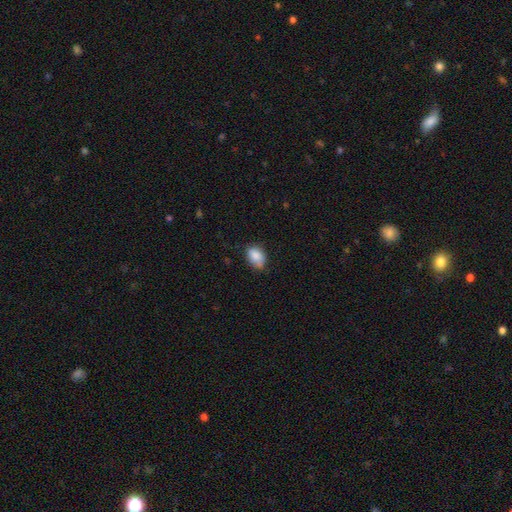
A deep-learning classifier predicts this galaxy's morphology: smooth-or-featured: smooth: 87% | star or artifact: 7% | featured or disk: 6%
  how-rounded: in between: 84% | round: 15% | cigar-shaped: 1%
  merging: none: 66% | minor disturbance: 28% | major disturbance: 5% | merger: 2%